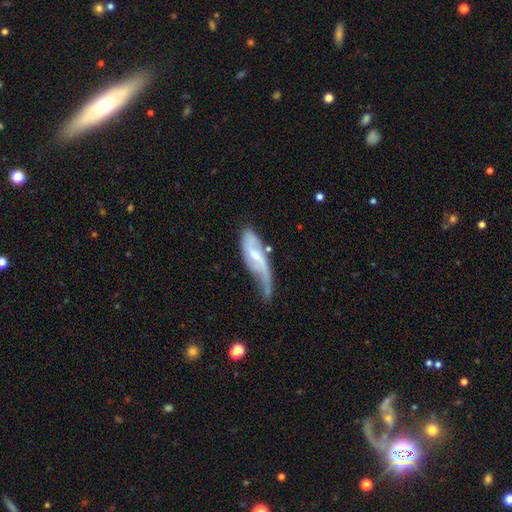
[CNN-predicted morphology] Smooth or featured: featured or disk — 65% (smooth — 29%)
Edge-on disk: no — 83% (yes — 17%)
Bar: weak — 45% (no — 38%)
Spiral arms: yes — 81% (no — 19%)
Bulge size: small — 53% (moderate — 35%)
Merging: minor disturbance — 34% (tied with major disturbance — 34%)